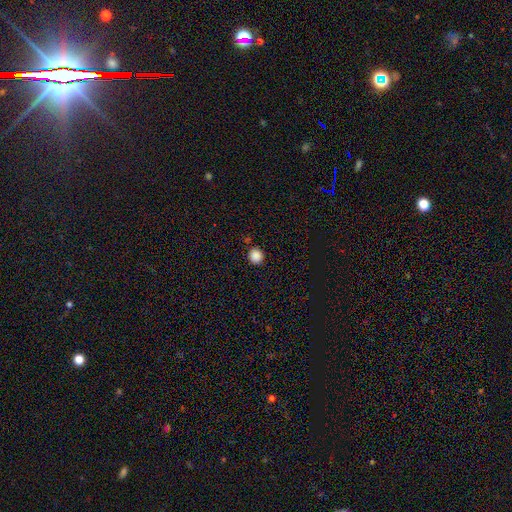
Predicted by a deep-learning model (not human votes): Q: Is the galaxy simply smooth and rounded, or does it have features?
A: smooth — 87%.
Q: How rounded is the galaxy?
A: round — 89%.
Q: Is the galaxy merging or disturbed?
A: none — 89%.